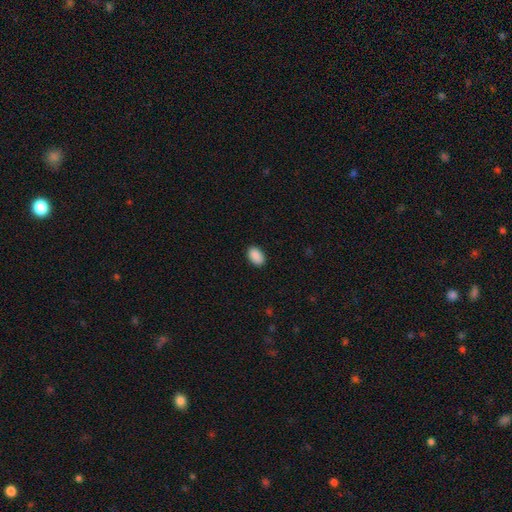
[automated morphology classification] Smooth or featured? smooth (91%)
How rounded? in between (91%)
Merging? none (89%)